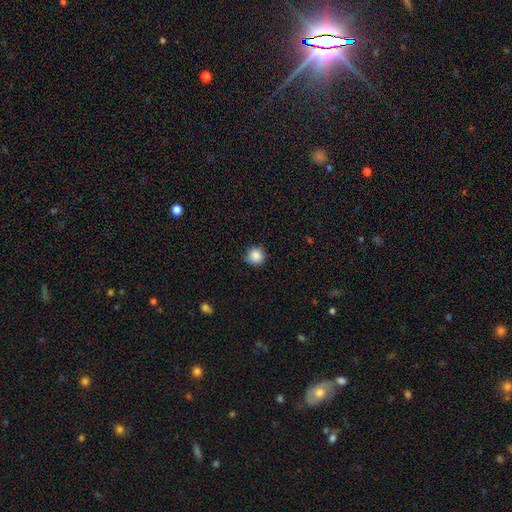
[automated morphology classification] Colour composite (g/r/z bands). It shows a smooth galaxy with no disk features (87%) that is round (92%). Merging: none (77%).